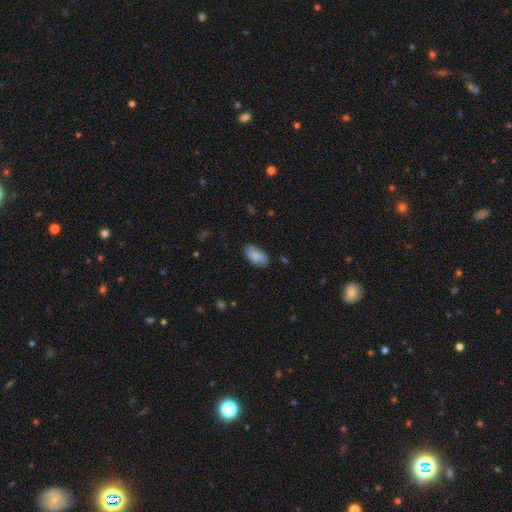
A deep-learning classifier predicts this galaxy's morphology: This appears to be a smooth galaxy with no disk features (86%) that is in between round and cigar-shaped (93%). Merging: none (77%).